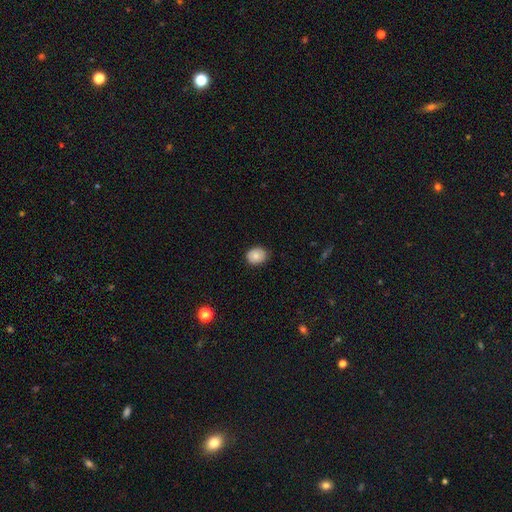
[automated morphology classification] Smooth or featured? smooth (81%)
How rounded? round (60%)
Merging? none (83%)